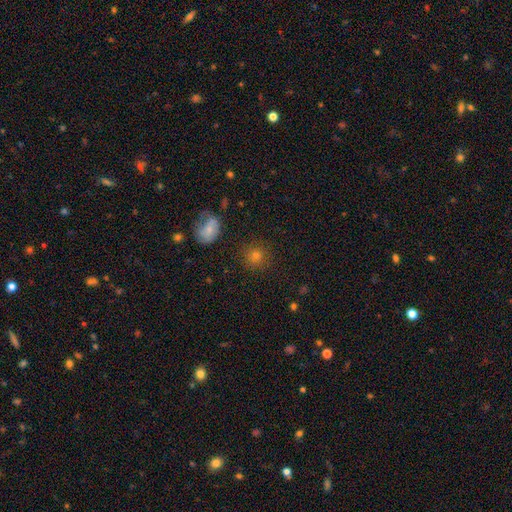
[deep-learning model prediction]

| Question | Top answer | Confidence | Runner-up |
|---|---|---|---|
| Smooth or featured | smooth | 67% | star or artifact (21%) |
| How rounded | round | 91% | in between (8%) |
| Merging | none | 86% | minor disturbance (8%) |